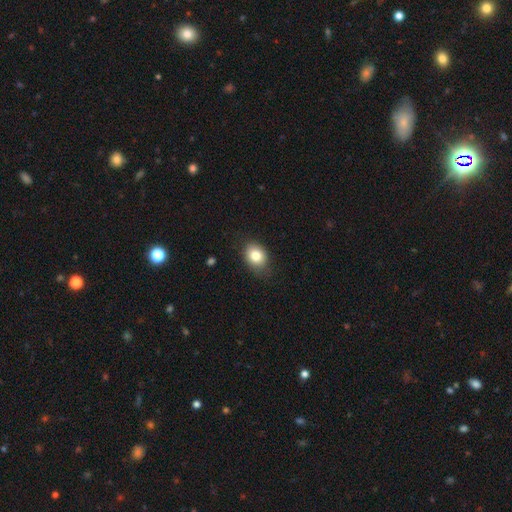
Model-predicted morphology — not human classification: The model was most divided on "how rounded": in between: 62%, round: 38%, cigar-shaped: 1%. More confident: smooth or featured — smooth (81%); merging — none (77%).